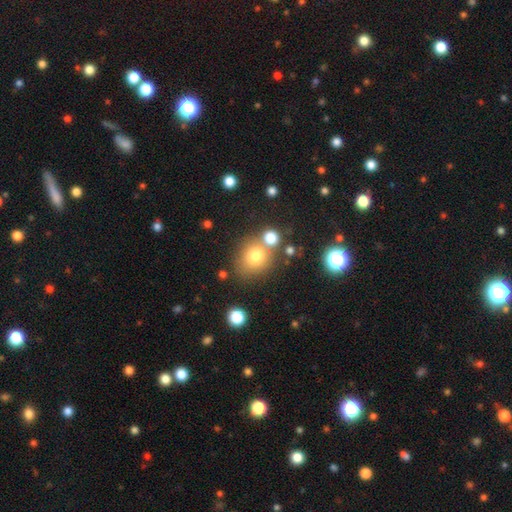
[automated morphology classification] A smooth galaxy with no disk features (75%) that is round (75%).

Vote fractions:
- Smooth or featured? smooth: 75% / star or artifact: 14% / featured or disk: 11%
- How rounded? round: 75% / in between: 24% / cigar-shaped: 1%
- Merging? none: 65% / merger: 18% / minor disturbance: 12% / major disturbance: 5%